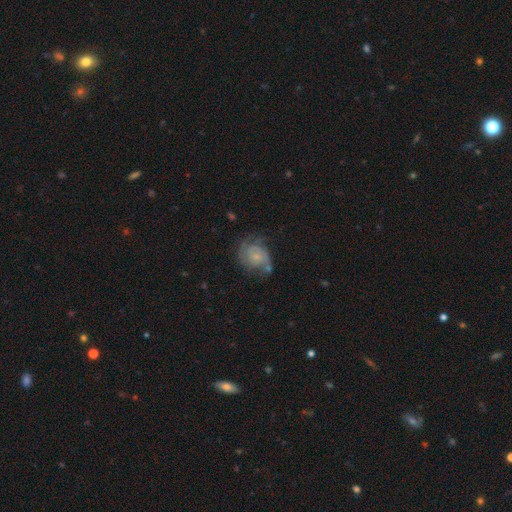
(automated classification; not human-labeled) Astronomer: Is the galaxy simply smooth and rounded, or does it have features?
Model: featured or disk — 71%.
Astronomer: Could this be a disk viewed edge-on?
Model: no — 98%.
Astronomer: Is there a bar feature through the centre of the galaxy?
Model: no — 70%.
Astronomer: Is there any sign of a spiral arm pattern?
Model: yes — 90%.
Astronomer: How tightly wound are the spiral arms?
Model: tight — 44% (runner-up: medium, 39%).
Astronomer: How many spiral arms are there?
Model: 2 — 58%.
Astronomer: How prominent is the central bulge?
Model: small — 63%.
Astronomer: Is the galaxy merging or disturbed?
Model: none — 50% (runner-up: minor disturbance, 25%).